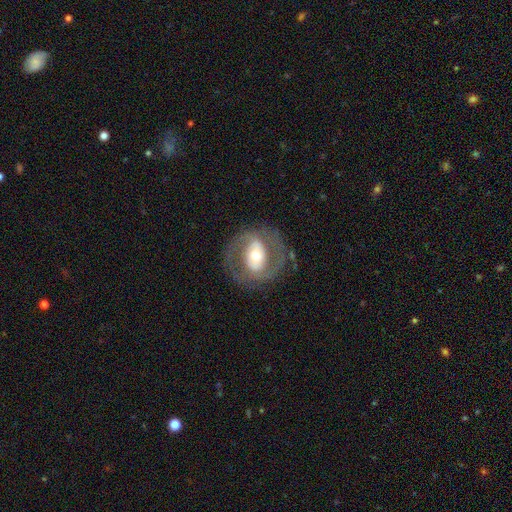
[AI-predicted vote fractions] featured or disk 76%, smooth 18%, star or artifact 6%. Down the decision tree: edge-on disk — no (96%); bar — no (35%); spiral arms — yes (73%); spiral arm count — 2 (85%); spiral winding — medium (48%); bulge size — moderate (63%); merging — none (77%).